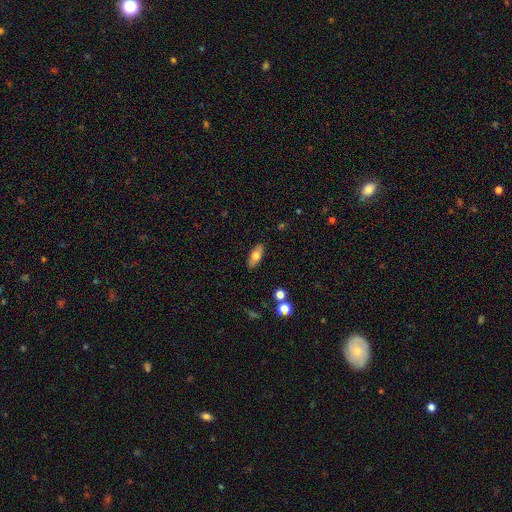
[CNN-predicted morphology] Smooth or featured?
  - smooth: 72% *
  - featured or disk: 20%
  - star or artifact: 7%
How rounded?
  - in between: 79% *
  - cigar-shaped: 18%
  - round: 3%
Merging?
  - none: 88% *
  - minor disturbance: 9%
  - major disturbance: 2%
  - merger: 1%